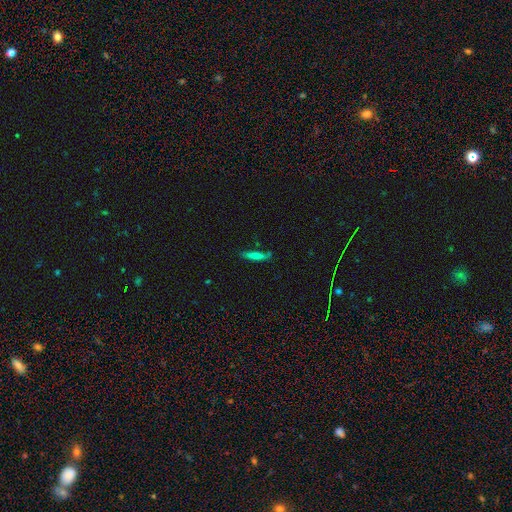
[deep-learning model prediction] The model was most divided on "smooth or featured": smooth: 69%, featured or disk: 22%, star or artifact: 9%. More confident: how rounded — cigar-shaped (90%); merging — none (76%).